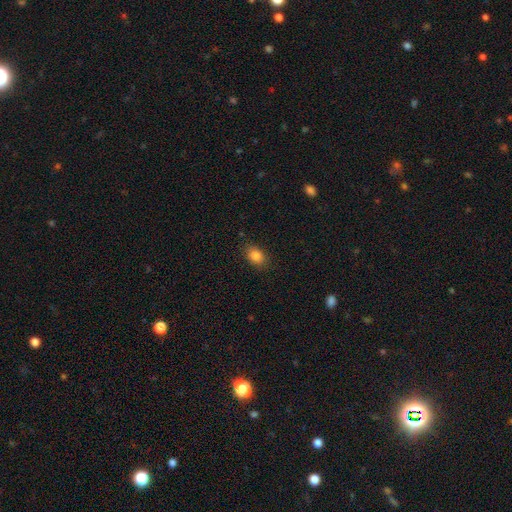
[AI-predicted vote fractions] Q: Smooth or featured?
A: smooth (85%); runner-up: star or artifact (10%)
Q: How rounded?
A: in between (76%); runner-up: round (22%)
Q: Merging?
A: none (85%); runner-up: minor disturbance (11%)